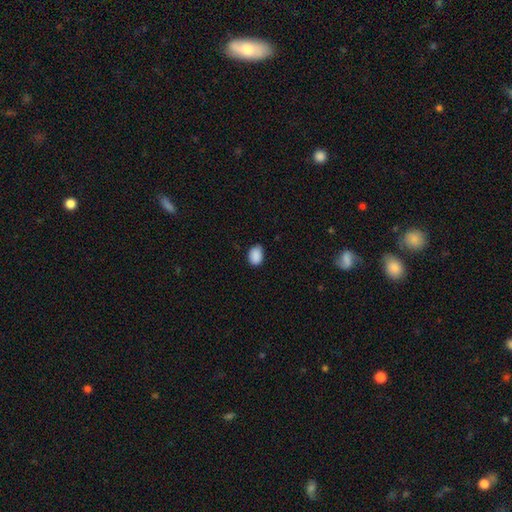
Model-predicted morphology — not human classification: Overall: smooth (89%). How rounded: in between (77%). Merging: none (78%).